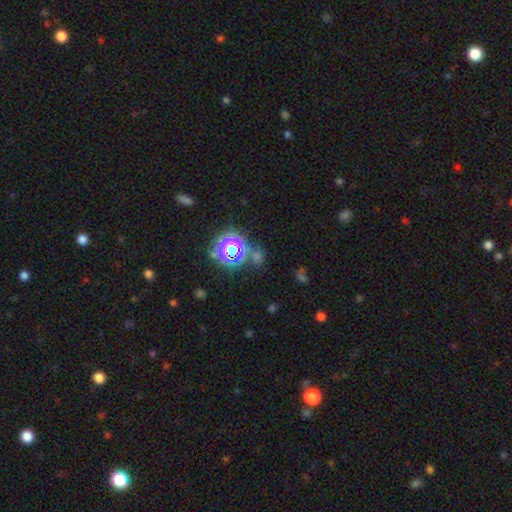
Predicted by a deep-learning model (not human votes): star or artifact 60%, smooth 31%, featured or disk 8%.